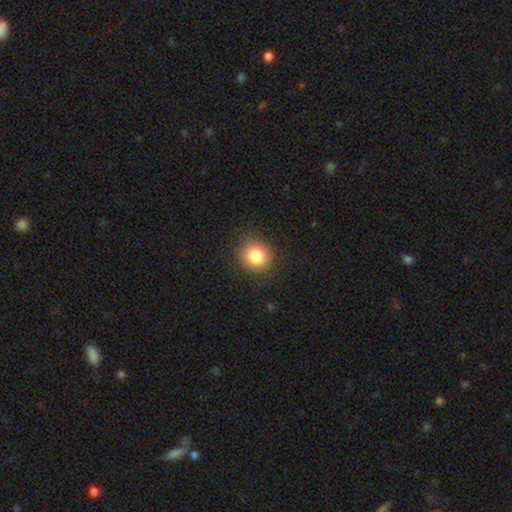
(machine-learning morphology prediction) Smooth or featured?
  - smooth: 84% *
  - star or artifact: 10%
  - featured or disk: 6%
How rounded?
  - round: 83% *
  - in between: 16%
  - cigar-shaped: 1%
Merging?
  - none: 87% *
  - minor disturbance: 9%
  - major disturbance: 3%
  - merger: 1%